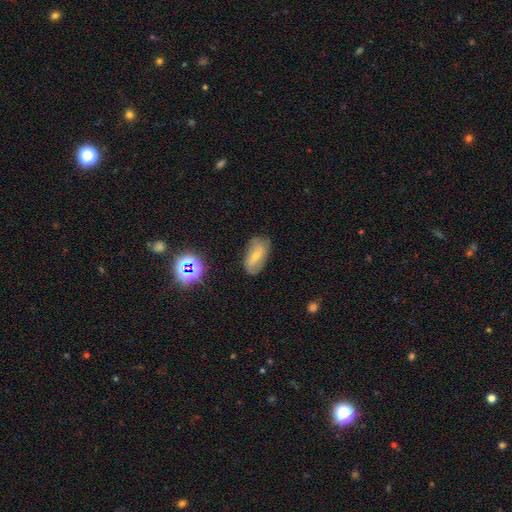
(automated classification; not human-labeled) This is marginally a smooth galaxy (45%). Merging: likely none (74%).